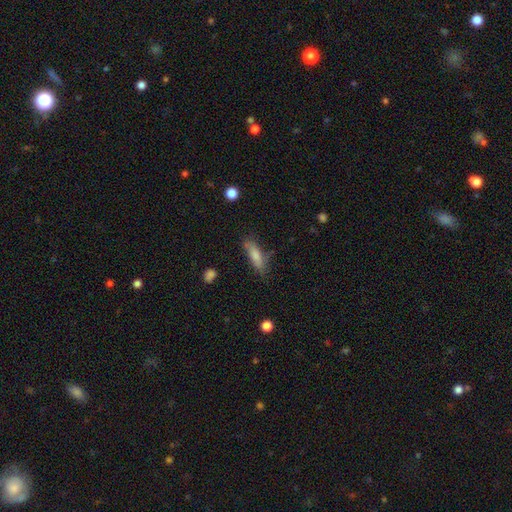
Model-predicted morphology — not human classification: A smooth galaxy with no disk features (77%) that is cigar-shaped (55%).

Vote fractions:
- Smooth or featured? smooth: 77% / featured or disk: 16% / star or artifact: 7%
- How rounded? cigar-shaped: 55% / in between: 43% / round: 2%
- Merging? none: 67% / minor disturbance: 23% / major disturbance: 6% / merger: 3%